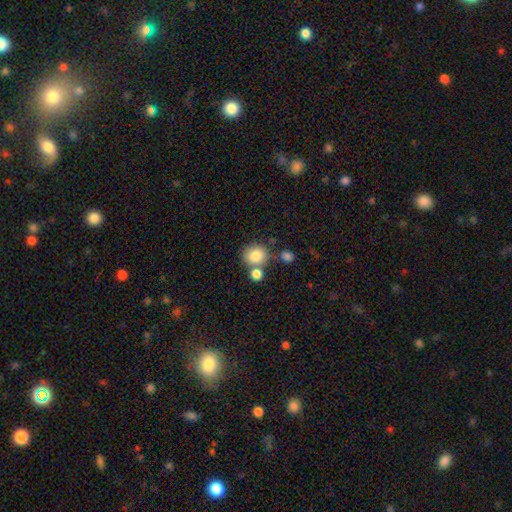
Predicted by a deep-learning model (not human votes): Smooth or featured? smooth (81%)
How rounded? round (84%)
Merging? none (62%)